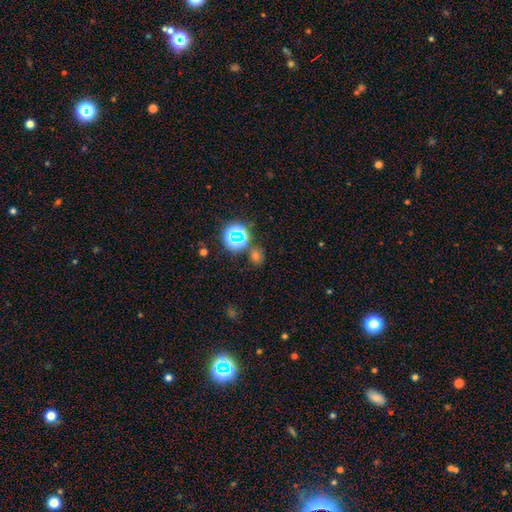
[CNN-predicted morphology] A smooth galaxy with no disk features (47%).

Vote fractions:
- Smooth or featured? smooth: 47% / star or artifact: 46% / featured or disk: 7%
- Merging? none: 78% / merger: 10% / minor disturbance: 8% / major disturbance: 3%